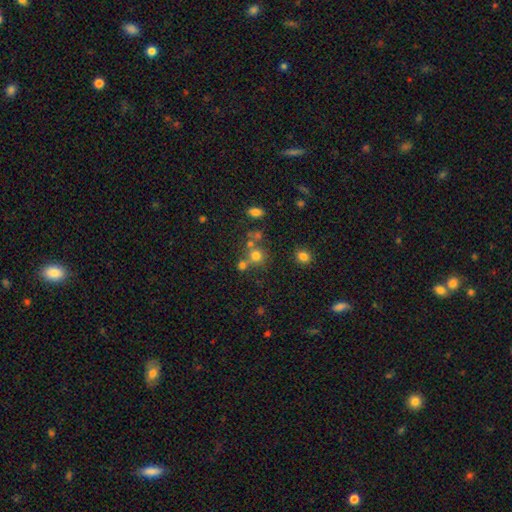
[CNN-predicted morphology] A smooth galaxy with no disk features (69%) that is round (86%).

Vote fractions:
- Smooth or featured? smooth: 69% / star or artifact: 19% / featured or disk: 12%
- How rounded? round: 86% / in between: 13% / cigar-shaped: 1%
- Merging? none: 55% / merger: 32% / minor disturbance: 9% / major disturbance: 4%